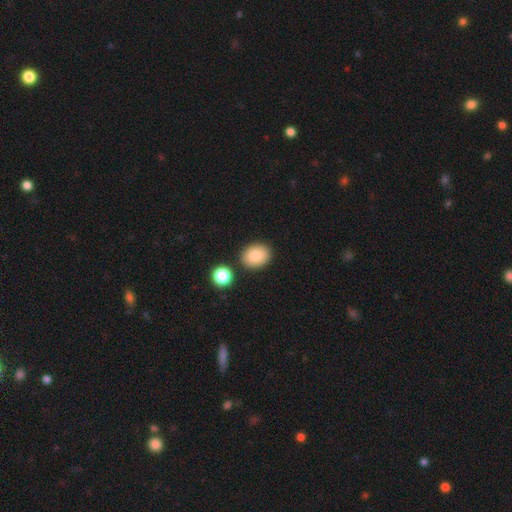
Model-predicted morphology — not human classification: The model was most divided on "how rounded": in between: 57%, round: 42%, cigar-shaped: 1%. More confident: smooth or featured — smooth (86%); merging — none (82%).